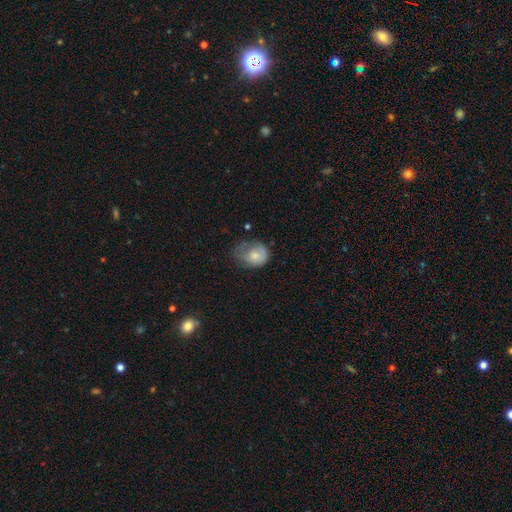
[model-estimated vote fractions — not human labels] Overall: smooth (65%; featured or disk 28%). How rounded: in between (55%; round 44%). Merging: minor disturbance (37%; none 31%).